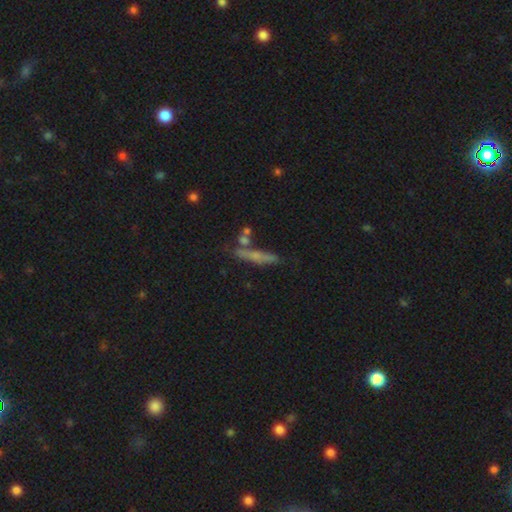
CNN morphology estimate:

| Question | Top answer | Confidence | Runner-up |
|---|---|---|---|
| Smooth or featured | smooth | 52% | featured or disk (37%) |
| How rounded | cigar-shaped | 88% | in between (9%) |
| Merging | none | 68% | minor disturbance (15%) |